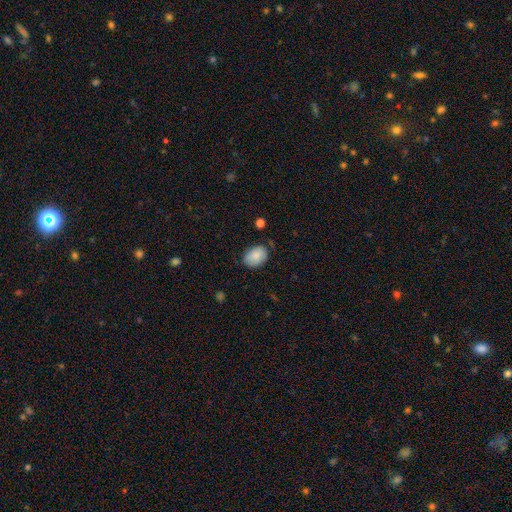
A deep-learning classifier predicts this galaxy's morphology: Smooth or featured? smooth (86%)
How rounded? in between (79%)
Merging? none (74%)